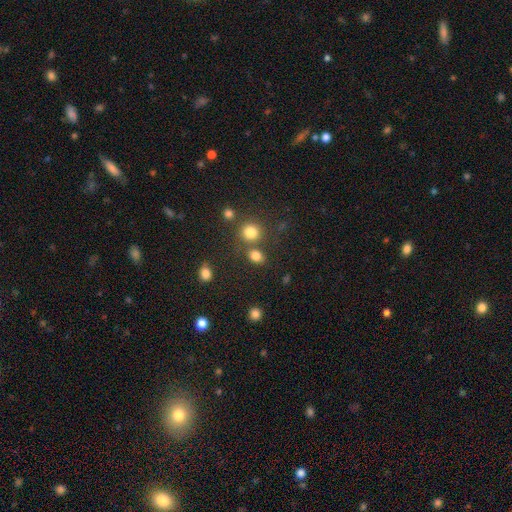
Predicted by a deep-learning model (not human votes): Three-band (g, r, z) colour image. It shows a smooth galaxy with no disk features (80%) that is in between round and cigar-shaped (54%). Merging: none (67%).